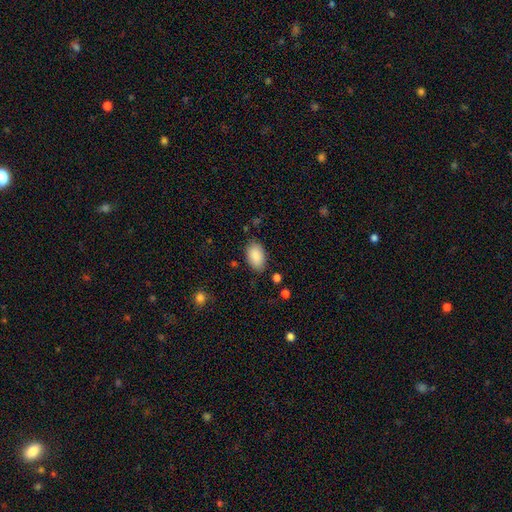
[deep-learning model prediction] A smooth galaxy with no disk features (88%) that is in between round and cigar-shaped (91%). Merging: none (81%).